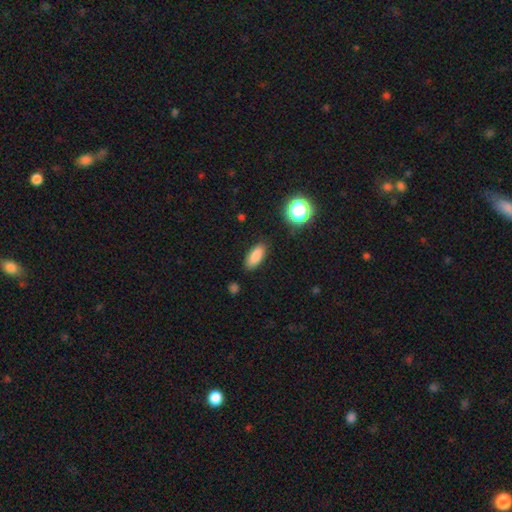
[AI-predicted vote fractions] The model was most divided on "how rounded": in between: 81%, cigar-shaped: 16%, round: 3%. More confident: smooth or featured — smooth (85%); merging — none (85%).